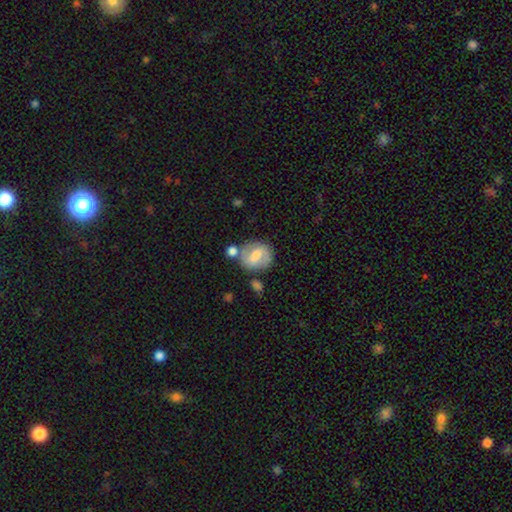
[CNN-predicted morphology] Smooth or featured?
  - smooth: 52% *
  - featured or disk: 41%
  - star or artifact: 7%
How rounded?
  - round: 63% *
  - in between: 35%
  - cigar-shaped: 1%
Merging?
  - none: 61% *
  - minor disturbance: 17%
  - merger: 16%
  - major disturbance: 6%